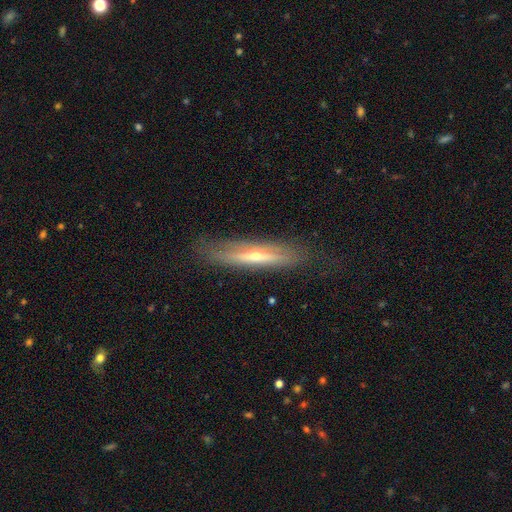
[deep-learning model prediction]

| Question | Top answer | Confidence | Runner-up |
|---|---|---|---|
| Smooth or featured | featured or disk | 65% | smooth (28%) |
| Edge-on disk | yes | 85% | no (15%) |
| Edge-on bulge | rounded | 74% | none (21%) |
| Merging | none | 78% | minor disturbance (16%) |